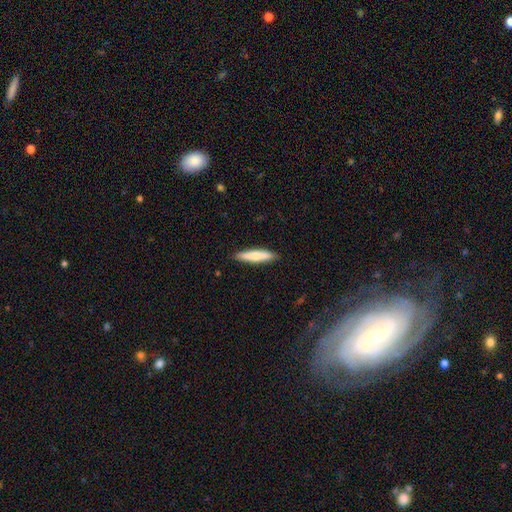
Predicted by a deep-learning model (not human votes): Morphology: type=smooth (70%); roundness=cigar-shaped (86%); merging=none (90%).